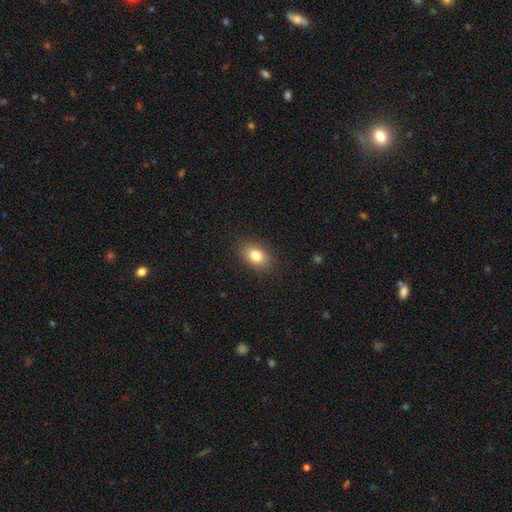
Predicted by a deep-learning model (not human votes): The model was most divided on "how rounded": in between: 80%, round: 19%, cigar-shaped: 2%. More confident: merging — none (87%); smooth or featured — smooth (81%).